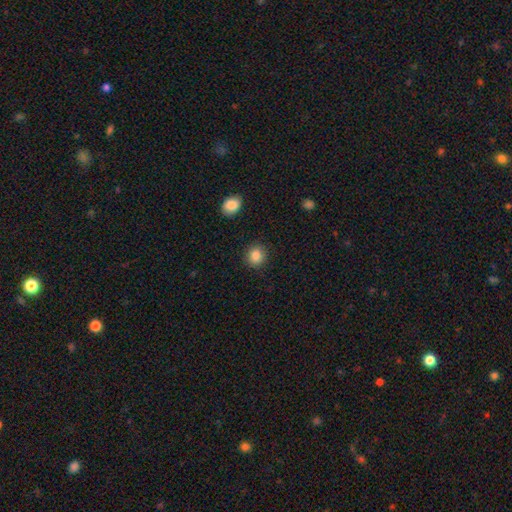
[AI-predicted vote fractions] A smooth galaxy with no disk features (86%) that is round (80%).

Vote fractions:
- Smooth or featured? smooth: 86% / star or artifact: 9% / featured or disk: 4%
- How rounded? round: 80% / in between: 19% / cigar-shaped: 1%
- Merging? none: 89% / minor disturbance: 7% / major disturbance: 2% / merger: 2%